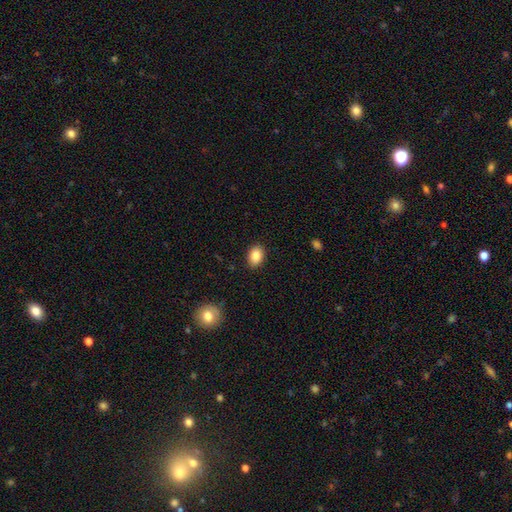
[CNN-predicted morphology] type=smooth (85%); roundness=in between (74%); merging=none (89%).